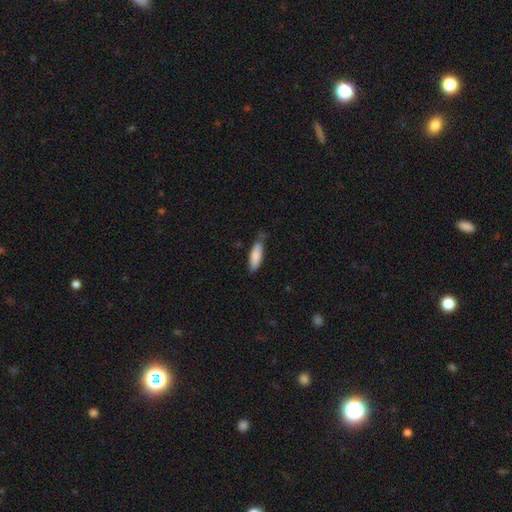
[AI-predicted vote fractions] Morphology: type=smooth (84%); roundness=in between (53%); merging=none (64%).